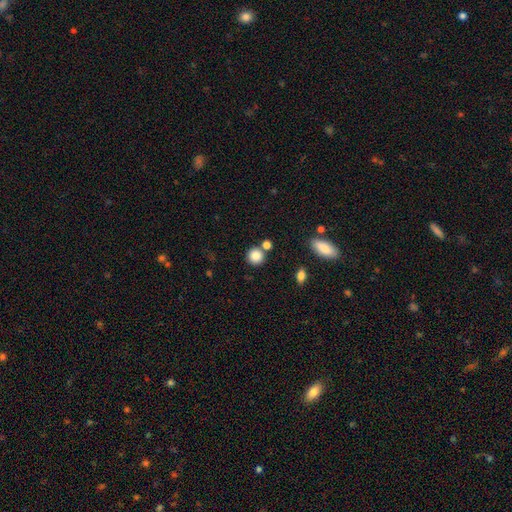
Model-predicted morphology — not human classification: Q: Smooth or featured?
A: smooth (85%); runner-up: star or artifact (10%)
Q: How rounded?
A: round (89%); runner-up: in between (10%)
Q: Merging?
A: none (74%); runner-up: merger (14%)